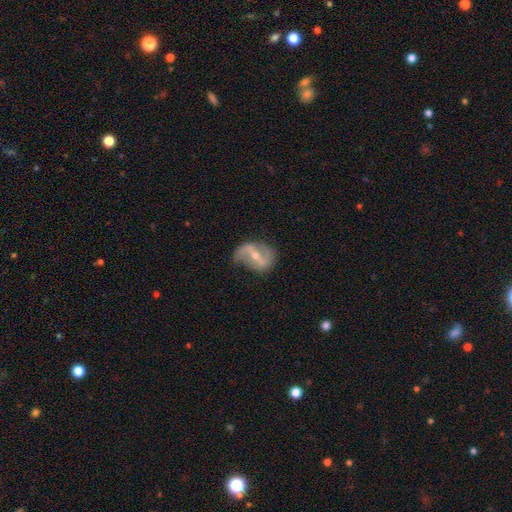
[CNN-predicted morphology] featured or disk 81%, smooth 13%, star or artifact 6%. Down the decision tree: edge-on disk — no (96%); bar — strong (52%); spiral arms — yes (88%); spiral arm count — 2 (88%); spiral winding — loose (56%); bulge size — moderate (50%); merging — none (67%).